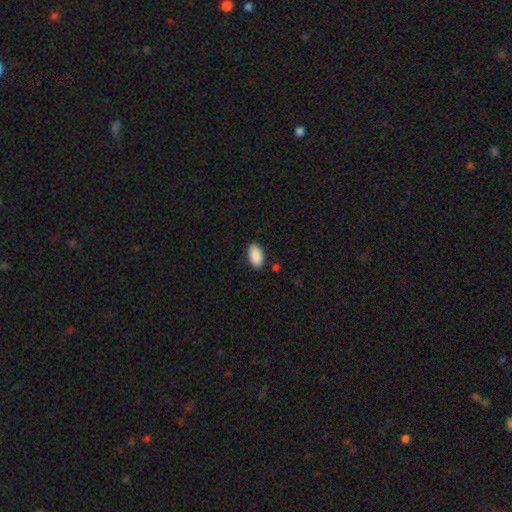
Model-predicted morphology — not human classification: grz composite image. It shows a smooth galaxy with no disk features (90%) that is in between round and cigar-shaped (95%). Merging: none (86%).